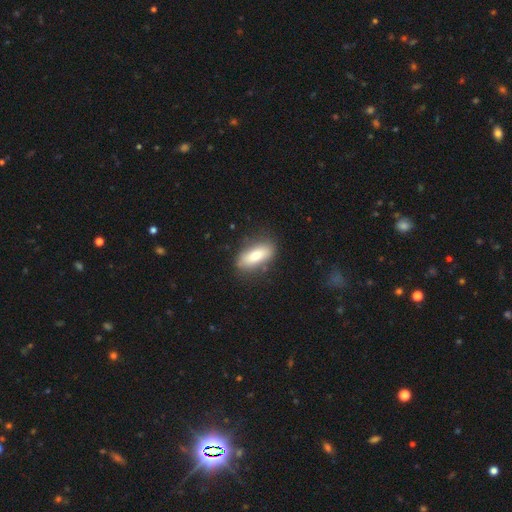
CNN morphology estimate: smooth_or_featured: smooth (p=0.78) [alt: featured or disk p=0.16]
how_rounded: in between (p=0.83) [alt: cigar-shaped p=0.14]
merging: none (p=0.79) [alt: minor disturbance p=0.15]